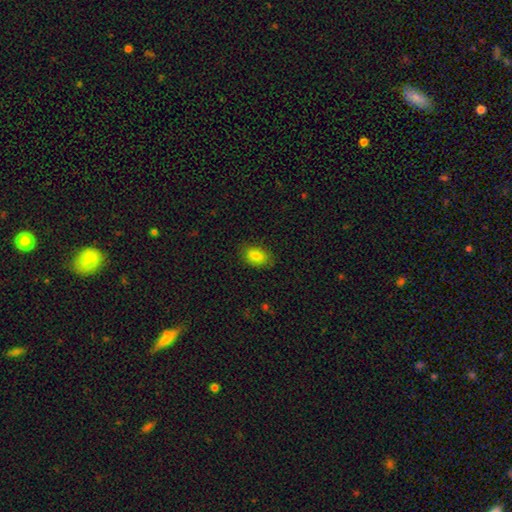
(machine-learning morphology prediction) Smooth or featured? smooth (85%)
How rounded? in between (87%)
Merging? none (80%)